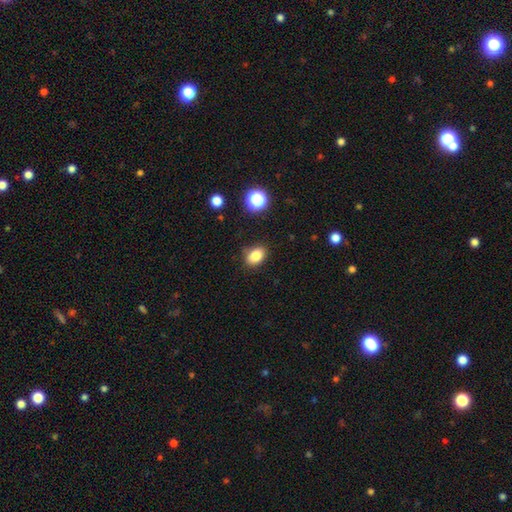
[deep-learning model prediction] smooth-or-featured: smooth: 84% | star or artifact: 11% | featured or disk: 5%
  how-rounded: in between: 77% | round: 22% | cigar-shaped: 1%
  merging: none: 81% | minor disturbance: 14% | major disturbance: 3% | merger: 2%